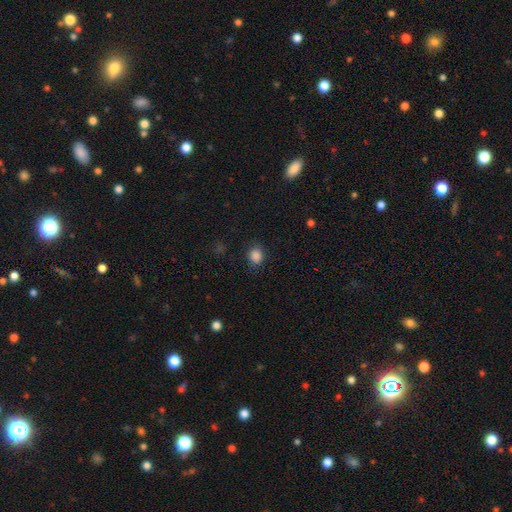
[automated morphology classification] smooth 85%, star or artifact 11%, featured or disk 4%. Down the decision tree: how rounded — round (70%); merging — none (82%).